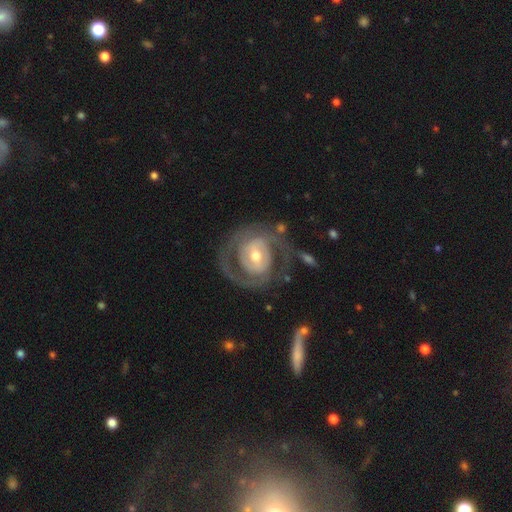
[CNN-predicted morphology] Smooth or featured: featured or disk — 84% (smooth — 11%)
Edge-on disk: no — 97% (yes — 3%)
Bar: weak — 41% (no — 34%)
Spiral arms: yes — 86% (no — 14%)
Spiral winding: tight — 53% (medium — 34%)
Spiral arm count: 2 — 70% (can't tell — 13%)
Bulge size: moderate — 64% (small — 27%)
Merging: none — 67% (minor disturbance — 15%)